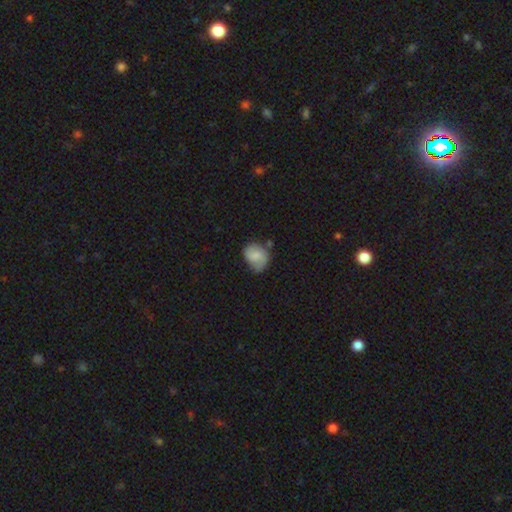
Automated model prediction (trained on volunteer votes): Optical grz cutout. It shows a smooth galaxy with no disk features (63%) that is round (54%). Merging: none (47%).